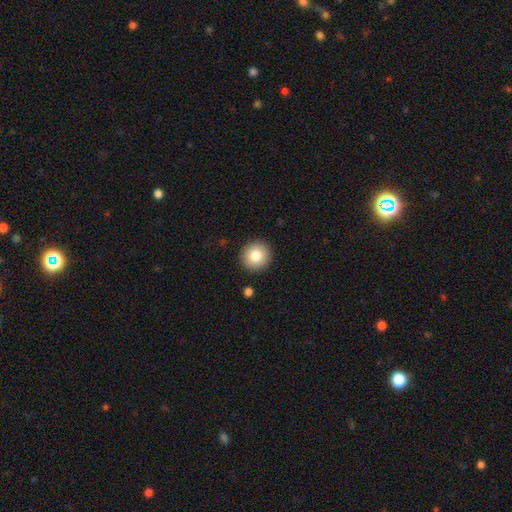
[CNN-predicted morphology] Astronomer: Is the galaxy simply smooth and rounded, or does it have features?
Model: smooth — 81%.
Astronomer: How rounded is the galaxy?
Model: round — 93%.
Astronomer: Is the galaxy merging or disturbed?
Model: none — 91%.